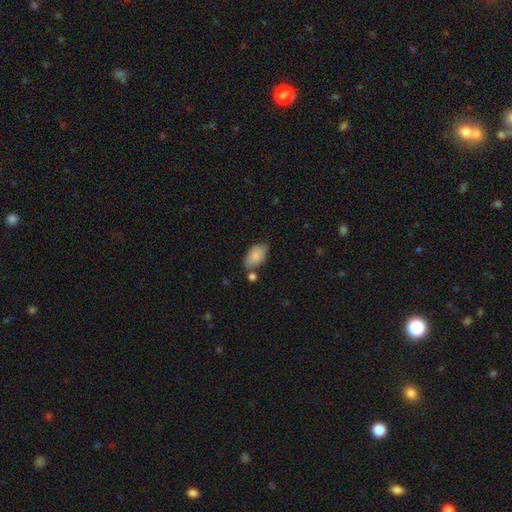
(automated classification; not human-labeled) Smooth or featured?
  - smooth: 87% *
  - featured or disk: 7%
  - star or artifact: 6%
How rounded?
  - in between: 94% *
  - round: 4%
  - cigar-shaped: 2%
Merging?
  - none: 67% *
  - minor disturbance: 18%
  - merger: 11%
  - major disturbance: 5%